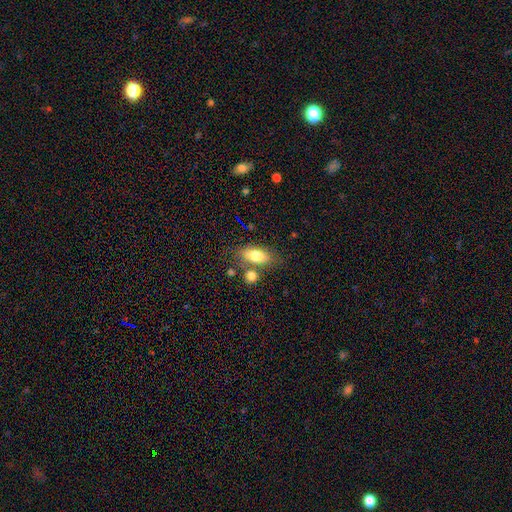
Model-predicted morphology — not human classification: smooth 74%, featured or disk 18%, star or artifact 8%. Down the decision tree: how rounded — in between (80%); merging — none (64%).